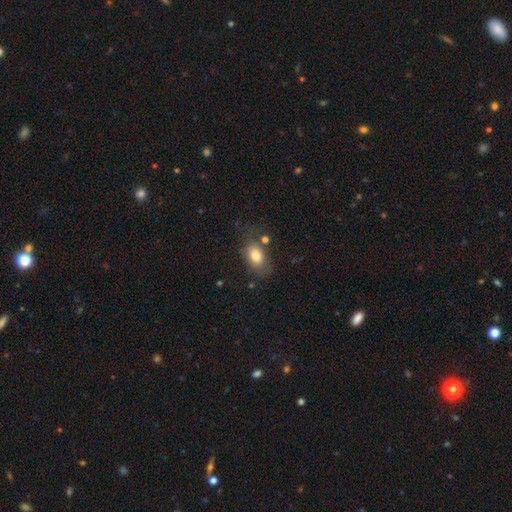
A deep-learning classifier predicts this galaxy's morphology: Overall: smooth (79%). How rounded: in between (83%). Merging: none (66%).